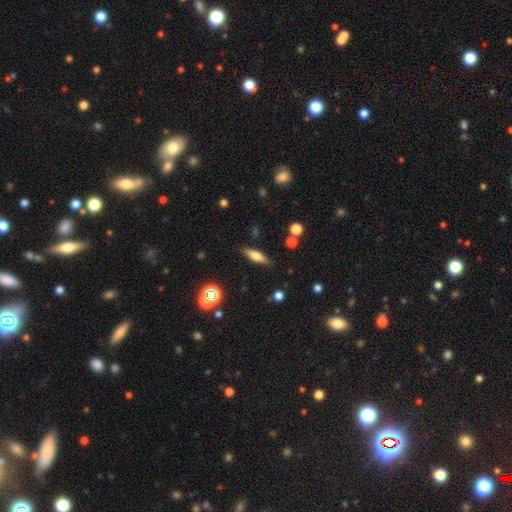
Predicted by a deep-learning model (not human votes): smooth_or_featured: smooth (p=0.57) [alt: featured or disk p=0.34]
how_rounded: cigar-shaped (p=0.53) [alt: in between p=0.43]
merging: none (p=0.84) [alt: minor disturbance p=0.11]